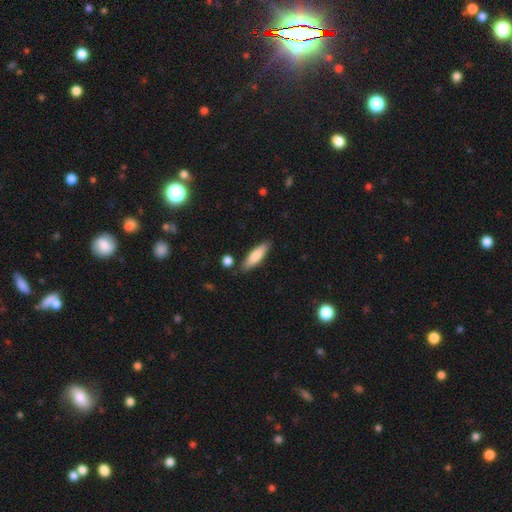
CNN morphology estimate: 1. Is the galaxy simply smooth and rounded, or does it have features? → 78% smooth, 17% featured or disk, 6% star or artifact.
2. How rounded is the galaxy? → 64% cigar-shaped, 34% in between, 2% round.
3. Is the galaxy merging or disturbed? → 83% none, 11% minor disturbance, 4% merger, 2% major disturbance.